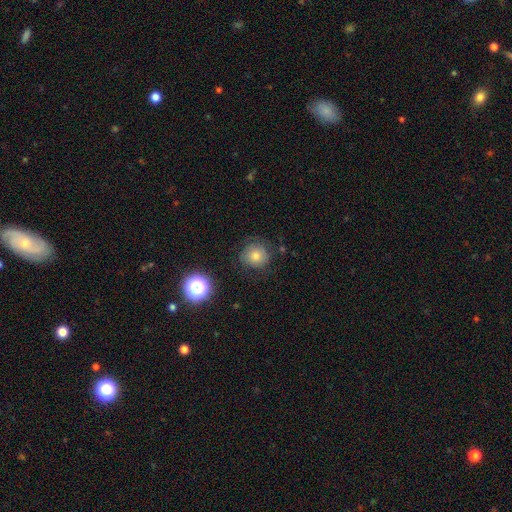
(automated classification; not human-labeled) A smooth galaxy with no disk features (71%) that is round (90%).

Vote fractions:
- Smooth or featured? smooth: 71% / star or artifact: 15% / featured or disk: 14%
- How rounded? round: 90% / in between: 9% / cigar-shaped: 1%
- Merging? none: 77% / minor disturbance: 16% / major disturbance: 5% / merger: 2%